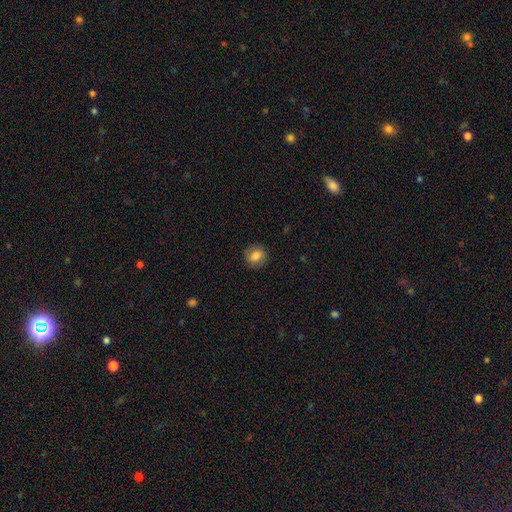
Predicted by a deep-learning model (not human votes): Morphology: type=smooth (77%); roundness=round (80%); merging=none (87%).